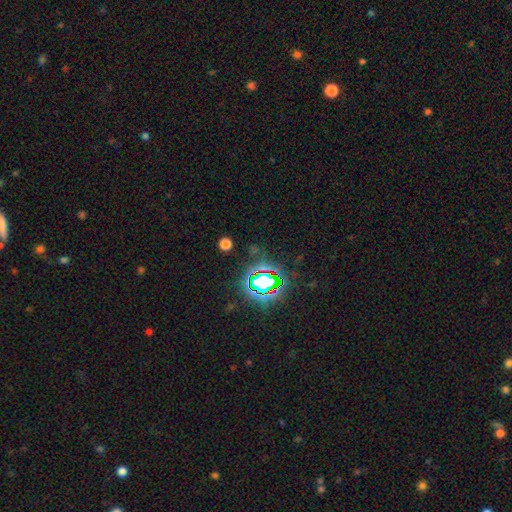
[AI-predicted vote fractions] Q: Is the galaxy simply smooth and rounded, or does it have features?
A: star or artifact — 81%.